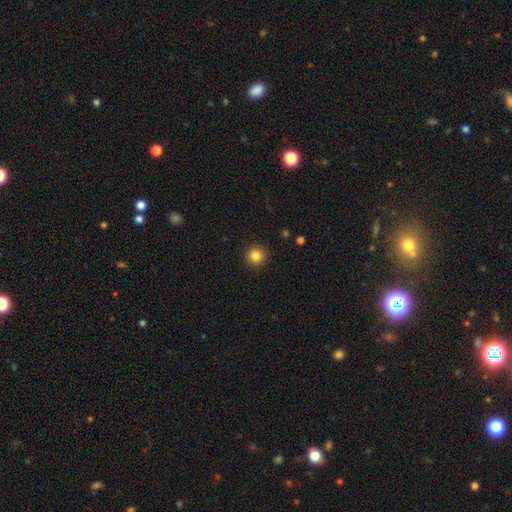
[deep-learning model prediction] Morphology: type=smooth (84%); roundness=round (95%); merging=none (93%).